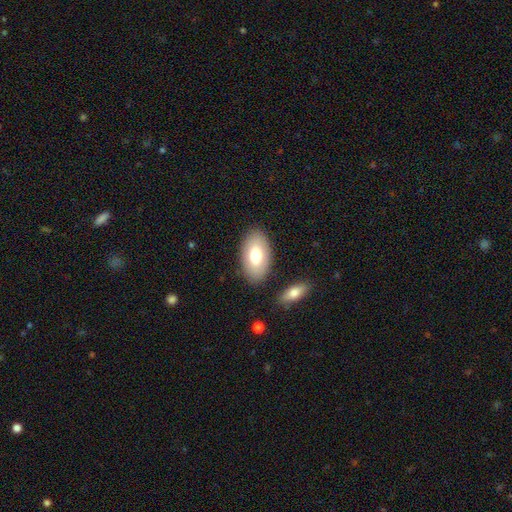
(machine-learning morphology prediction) This appears to be a smooth galaxy with no disk features (71%) that is in between round and cigar-shaped (94%). Merging: none (85%).